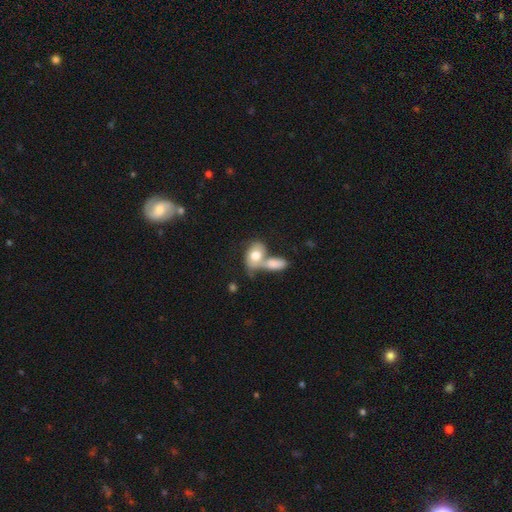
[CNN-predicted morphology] This is likely a smooth galaxy (69%). How rounded: clearly in between (82%). Merging: likely merger (63%).